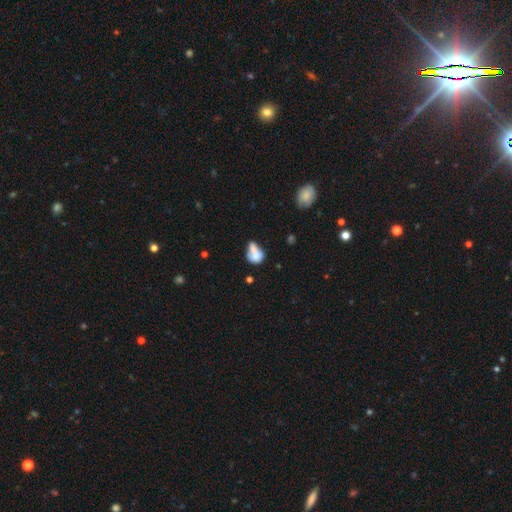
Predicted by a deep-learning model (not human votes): smooth_or_featured: smooth (p=0.67) [alt: featured or disk p=0.23]
how_rounded: in between (p=0.68) [alt: round p=0.29]
merging: merger (p=0.48) [alt: none p=0.23]